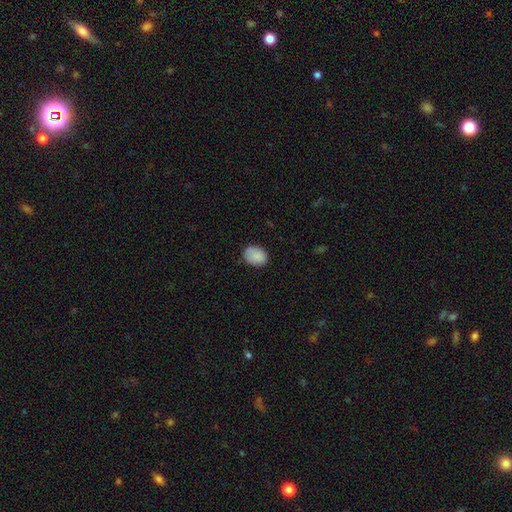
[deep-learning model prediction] This is clearly a smooth galaxy (88%). How rounded: likely in between (70%). Merging: clearly none (81%).